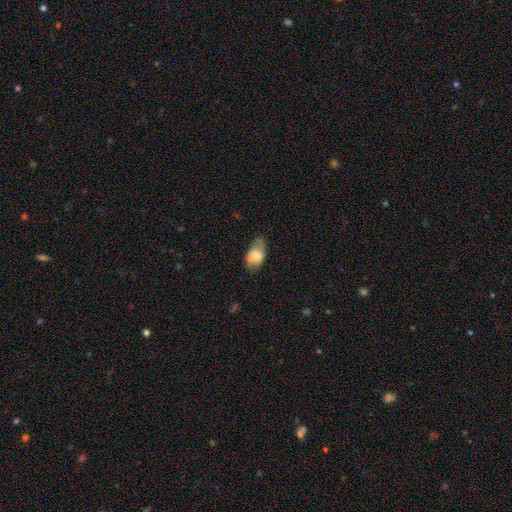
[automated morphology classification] Smooth or featured? Predicted: smooth (p=0.70). How rounded? Predicted: in between (p=0.90). Merging? Predicted: none (p=0.48).